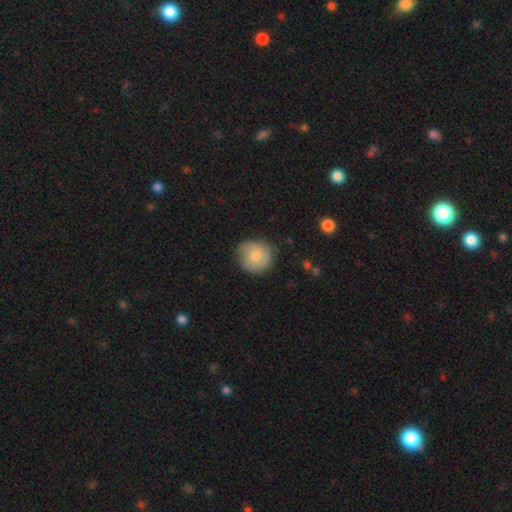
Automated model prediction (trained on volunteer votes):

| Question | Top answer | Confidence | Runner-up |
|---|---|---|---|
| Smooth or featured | smooth | 64% | featured or disk (29%) |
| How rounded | round | 90% | in between (9%) |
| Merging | none | 75% | minor disturbance (20%) |